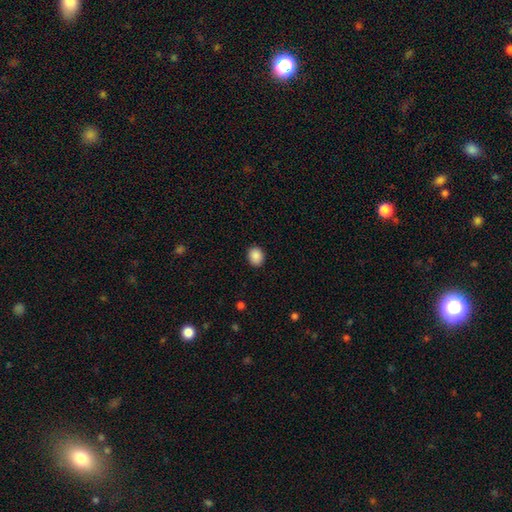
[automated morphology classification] Q: Smooth or featured?
A: smooth (89%); runner-up: star or artifact (8%)
Q: How rounded?
A: round (57%); runner-up: in between (42%)
Q: Merging?
A: none (90%); runner-up: minor disturbance (7%)